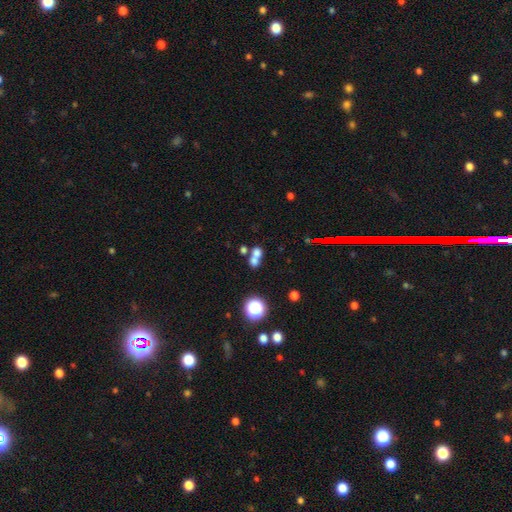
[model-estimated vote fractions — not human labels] Morphology: type=smooth (67%); roundness=round (55%); merging=merger (65%).